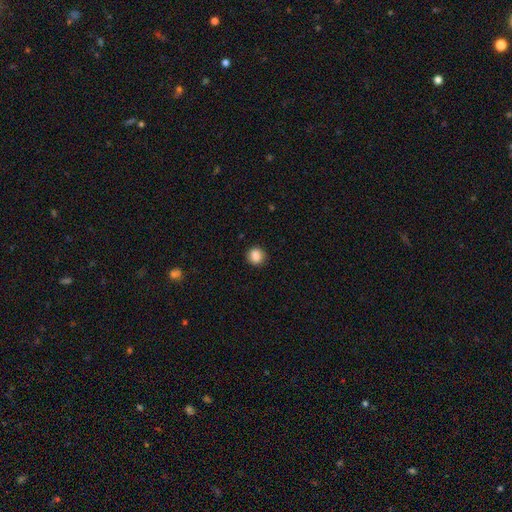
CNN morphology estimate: Overall: smooth (87%). How rounded: round (84%). Merging: none (87%).